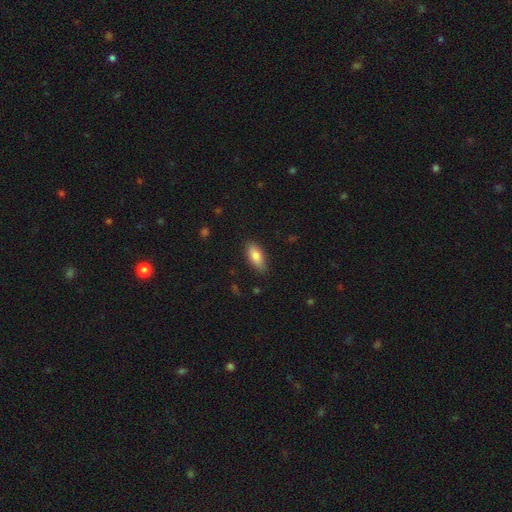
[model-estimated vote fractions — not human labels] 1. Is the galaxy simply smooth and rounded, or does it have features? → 80% smooth, 13% featured or disk, 7% star or artifact.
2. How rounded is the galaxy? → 83% in between, 14% cigar-shaped, 3% round.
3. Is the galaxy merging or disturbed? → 85% none, 11% minor disturbance, 2% major disturbance, 1% merger.